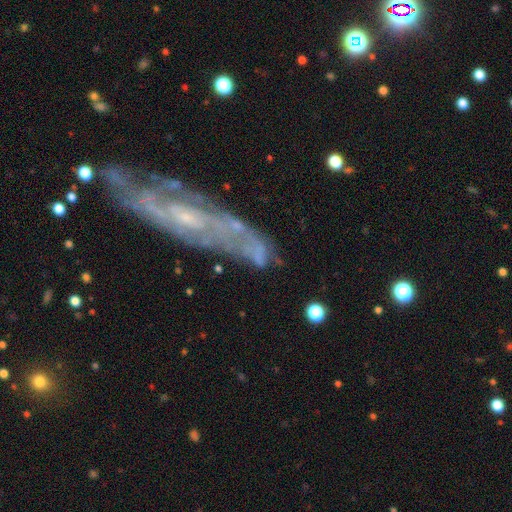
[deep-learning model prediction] featured or disk 56%, smooth 31%, star or artifact 13%. Down the decision tree: edge-on disk — no (86%); merging — none (40%).